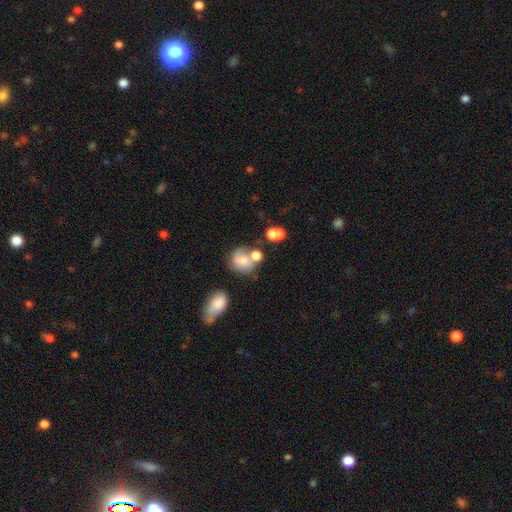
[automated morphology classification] Smooth or featured: smooth — 63% (featured or disk — 25%)
How rounded: round — 66% (in between — 33%)
Merging: merger — 40% (none — 35%)